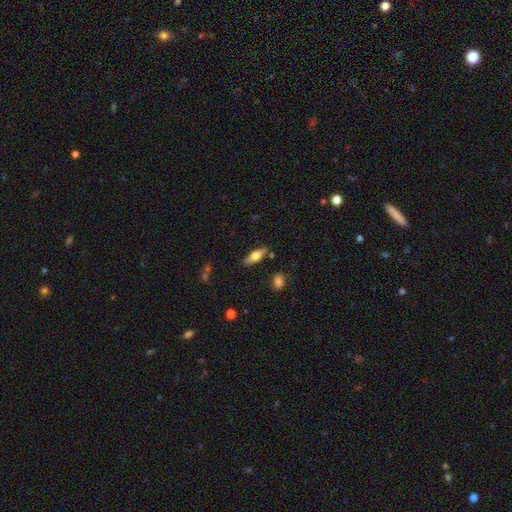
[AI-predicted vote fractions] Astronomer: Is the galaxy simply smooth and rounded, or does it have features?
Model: smooth — 53% (runner-up: featured or disk, 41%).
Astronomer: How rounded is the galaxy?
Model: in between — 54% (runner-up: cigar-shaped, 43%).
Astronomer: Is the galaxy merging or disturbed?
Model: none — 82%.